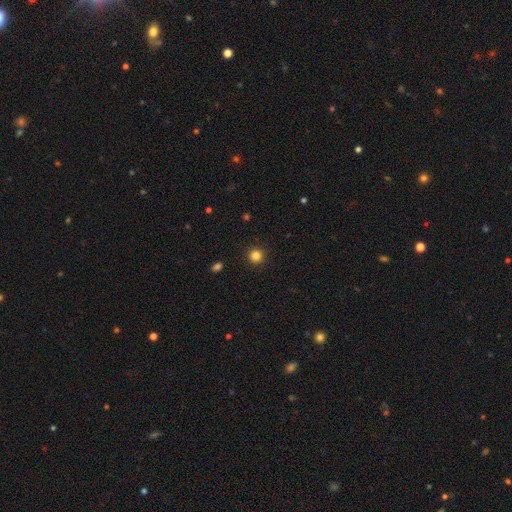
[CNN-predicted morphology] type=smooth (84%); roundness=round (95%); merging=none (93%).